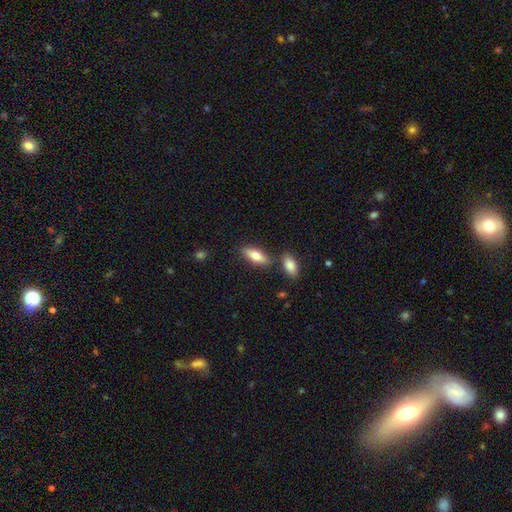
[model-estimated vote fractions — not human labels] smooth 75%, featured or disk 19%, star or artifact 6%. Down the decision tree: how rounded — in between (69%); merging — none (73%).